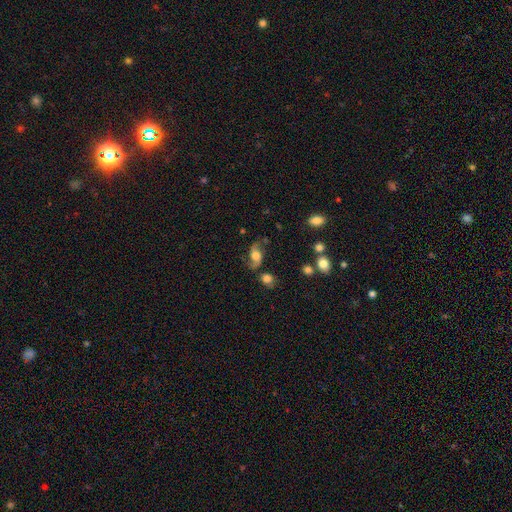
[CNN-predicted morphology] Q: Smooth or featured?
A: featured or disk (68%); runner-up: smooth (23%)
Q: Edge-on disk?
A: no (93%); runner-up: yes (7%)
Q: Bar?
A: no (64%); runner-up: weak (28%)
Q: Spiral arms?
A: yes (91%); runner-up: no (9%)
Q: Spiral winding?
A: loose (72%); runner-up: medium (22%)
Q: Spiral arm count?
A: 2 (92%); runner-up: can't tell (3%)
Q: Bulge size?
A: large (41%); runner-up: moderate (40%)
Q: Merging?
A: none (67%); runner-up: minor disturbance (19%)